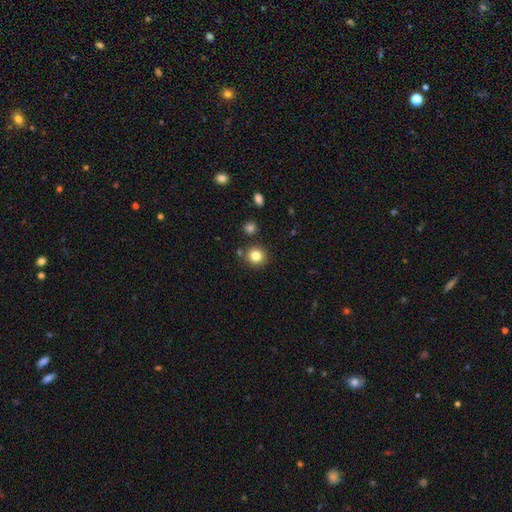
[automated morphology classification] Smooth or featured?
  - smooth: 83% *
  - star or artifact: 11%
  - featured or disk: 6%
How rounded?
  - round: 91% *
  - in between: 8%
  - cigar-shaped: 1%
Merging?
  - none: 85% *
  - minor disturbance: 7%
  - merger: 5%
  - major disturbance: 2%